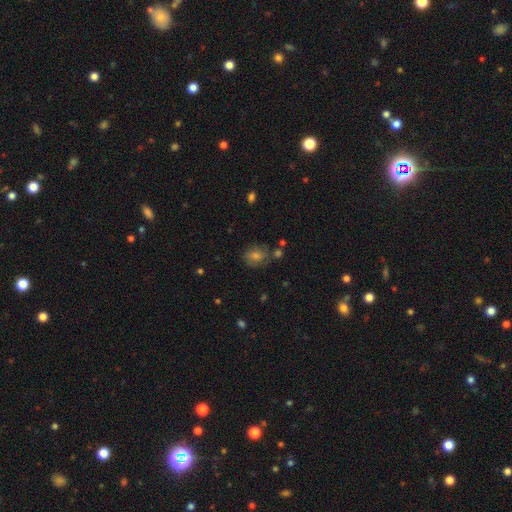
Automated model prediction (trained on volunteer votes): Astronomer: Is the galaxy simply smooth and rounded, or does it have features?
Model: smooth — 55%.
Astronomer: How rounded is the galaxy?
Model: round — 52% (runner-up: in between, 46%).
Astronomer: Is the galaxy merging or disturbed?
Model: none — 73%.